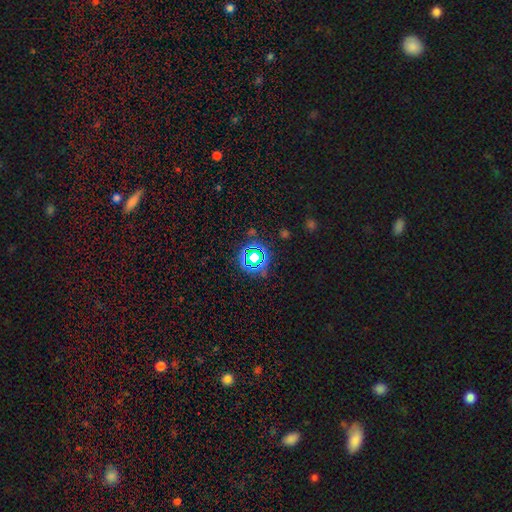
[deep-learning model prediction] Smooth or featured?
  - star or artifact: 69% *
  - smooth: 21%
  - featured or disk: 9%